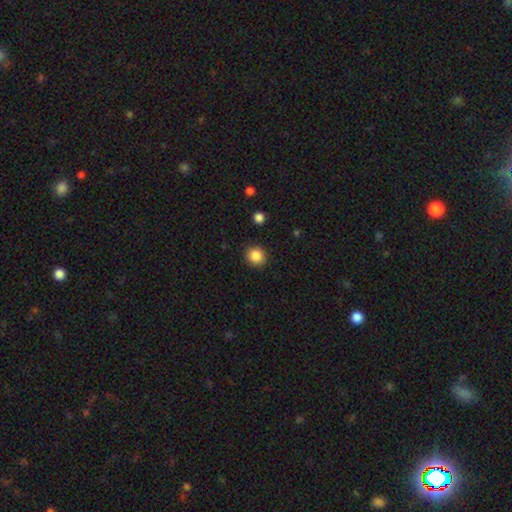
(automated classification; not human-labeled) The model was most divided on "smooth or featured": smooth: 86%, star or artifact: 10%, featured or disk: 4%. More confident: how rounded — round (90%); merging — none (90%).